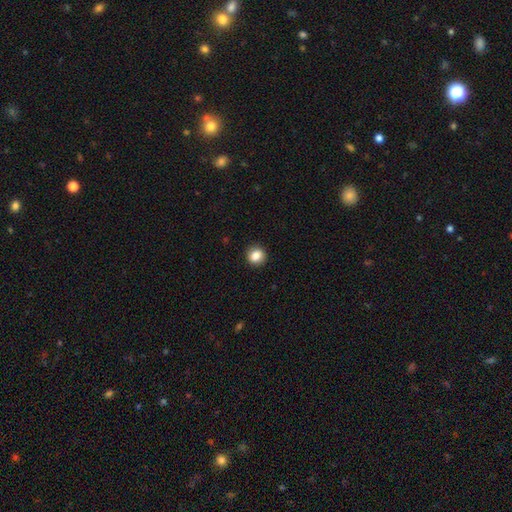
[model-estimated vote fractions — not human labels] Smooth or featured: smooth — 85% (star or artifact — 9%)
How rounded: round — 87% (in between — 12%)
Merging: none — 91% (minor disturbance — 6%)